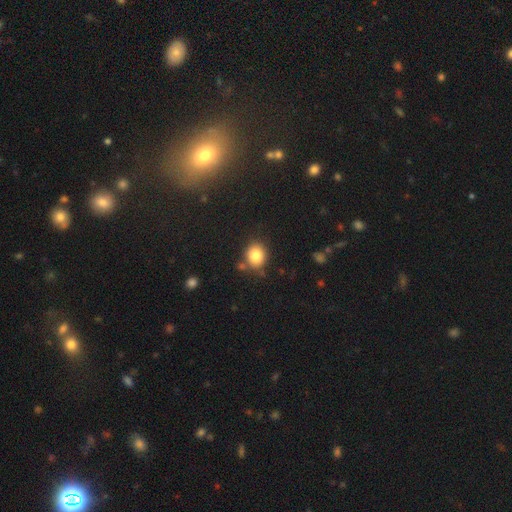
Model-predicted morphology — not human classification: A smooth galaxy with no disk features (83%) that is round (72%).

Vote fractions:
- Smooth or featured? smooth: 83% / star or artifact: 10% / featured or disk: 7%
- How rounded? round: 72% / in between: 27% / cigar-shaped: 1%
- Merging? none: 78% / minor disturbance: 12% / merger: 7% / major disturbance: 3%